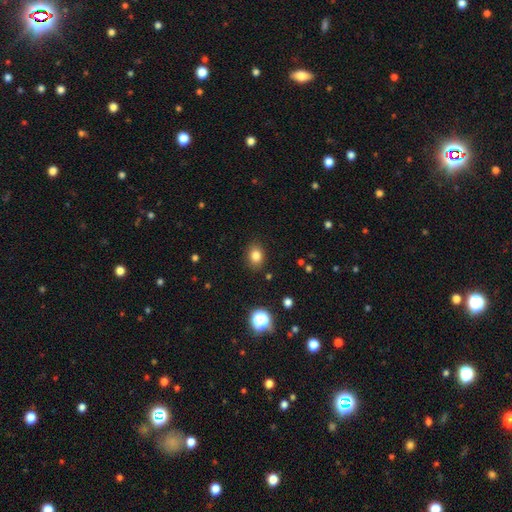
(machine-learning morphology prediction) This appears to be a smooth galaxy with no disk features (81%) that is in between round and cigar-shaped (57%). Merging: none (87%).